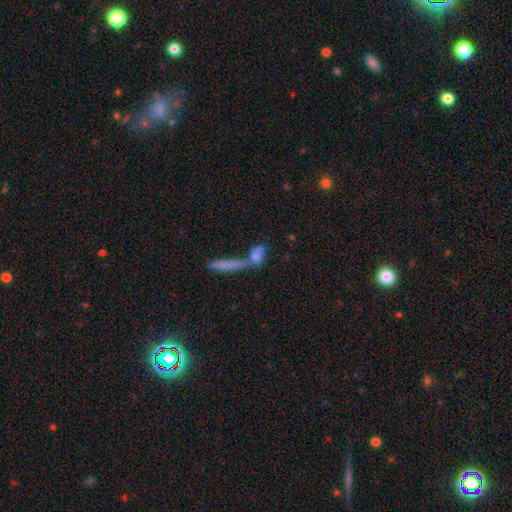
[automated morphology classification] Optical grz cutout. It shows a smooth galaxy with no disk features (65%) that is cigar-shaped (50%). Merging: none (42%).